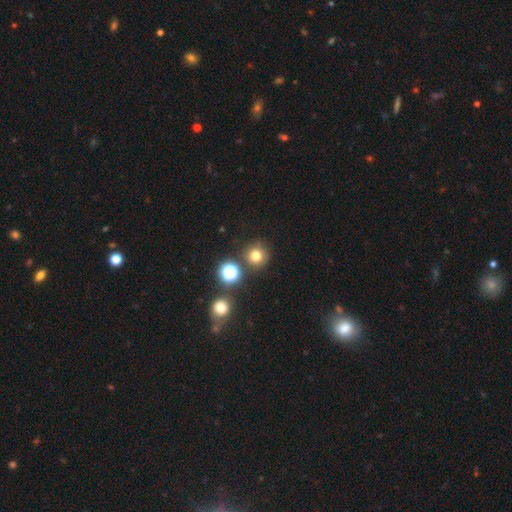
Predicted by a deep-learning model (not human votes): Q: Smooth or featured?
A: smooth (74%); runner-up: star or artifact (19%)
Q: How rounded?
A: round (93%); runner-up: in between (6%)
Q: Merging?
A: none (82%); runner-up: minor disturbance (9%)